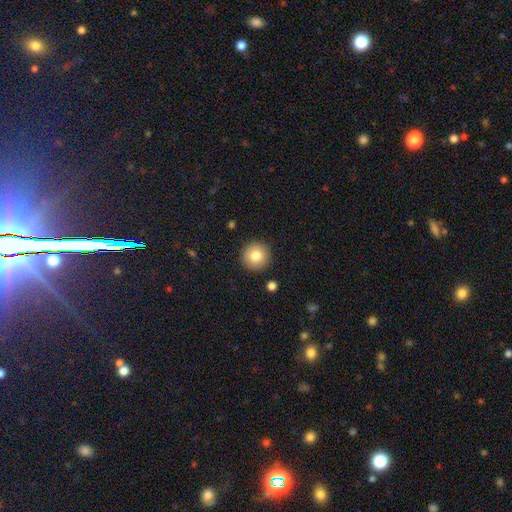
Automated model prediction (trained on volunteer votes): Morphology: type=smooth (80%); roundness=round (95%); merging=none (92%).